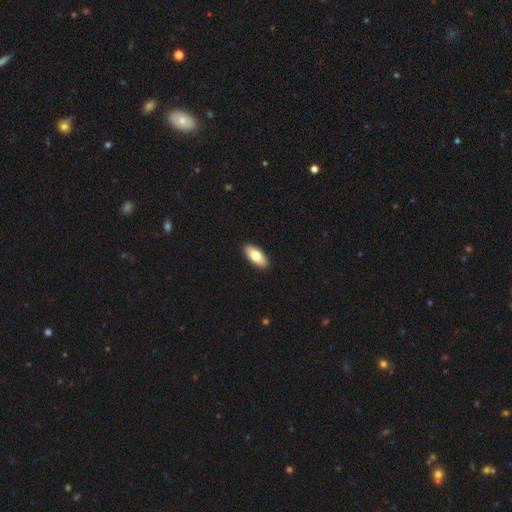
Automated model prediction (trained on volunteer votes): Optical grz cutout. It shows a smooth galaxy with no disk features (77%) that is in between round and cigar-shaped (87%). Merging: none (92%).